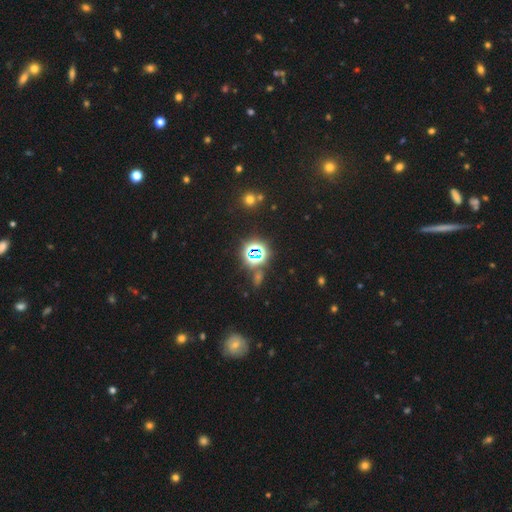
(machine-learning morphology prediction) Smooth or featured: star or artifact — 60% (smooth — 32%)